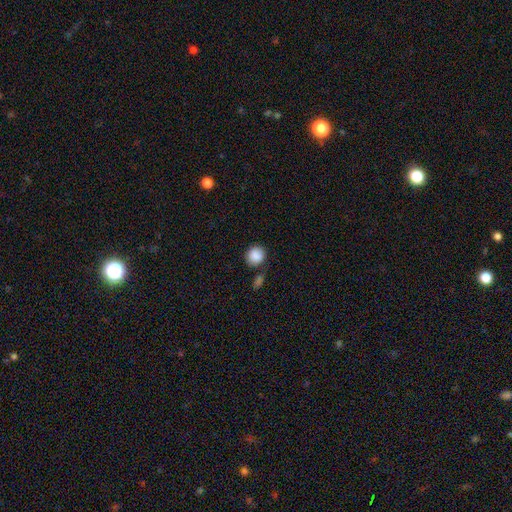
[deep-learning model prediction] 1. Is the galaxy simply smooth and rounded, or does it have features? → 88% smooth, 8% star or artifact, 4% featured or disk.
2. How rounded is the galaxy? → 83% round, 16% in between, 1% cigar-shaped.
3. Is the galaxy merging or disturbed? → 73% none, 13% minor disturbance, 10% merger, 4% major disturbance.